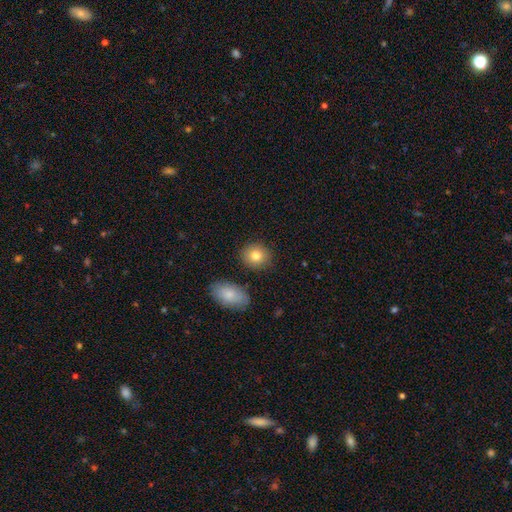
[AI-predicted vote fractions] Smooth or featured? Predicted: smooth (p=0.82). How rounded? Predicted: round (p=0.79). Merging? Predicted: none (p=0.85).